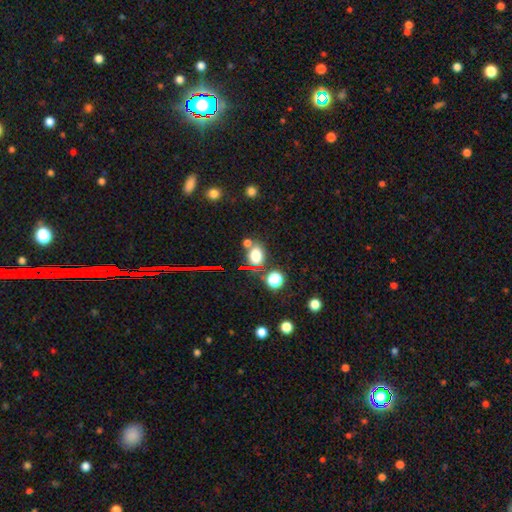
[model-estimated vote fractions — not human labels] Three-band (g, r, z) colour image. It shows a smooth galaxy with no disk features (68%) that is in between round and cigar-shaped (52%). Merging: none (66%).